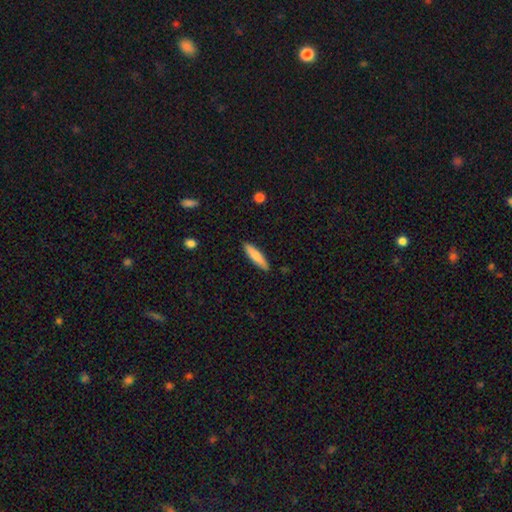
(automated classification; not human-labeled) smooth_or_featured: smooth (p=0.78) [alt: featured or disk p=0.16]
how_rounded: cigar-shaped (p=0.79) [alt: in between p=0.20]
merging: none (p=0.89) [alt: minor disturbance p=0.08]